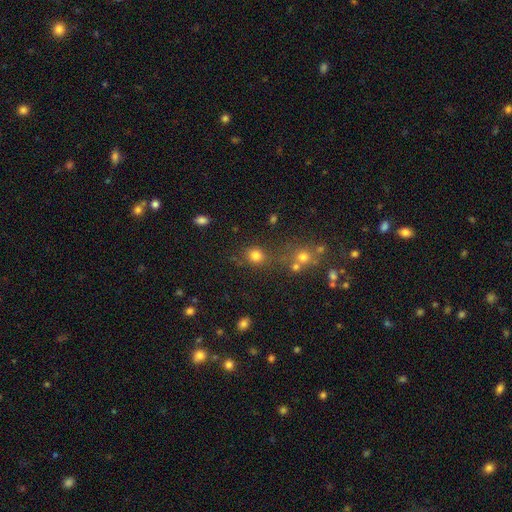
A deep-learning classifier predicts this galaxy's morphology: The model was most divided on "merging": none: 70%, merger: 12%, minor disturbance: 12%, major disturbance: 6%. More confident: how rounded — round (81%); smooth or featured — smooth (79%).